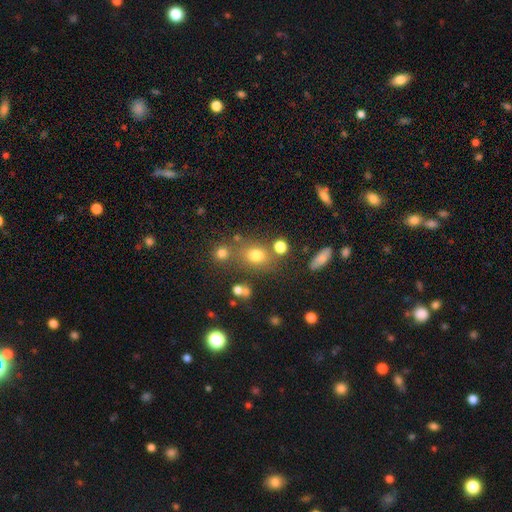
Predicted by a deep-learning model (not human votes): This appears to be a smooth galaxy with no disk features (63%) that is round (66%). Merging: none (69%).